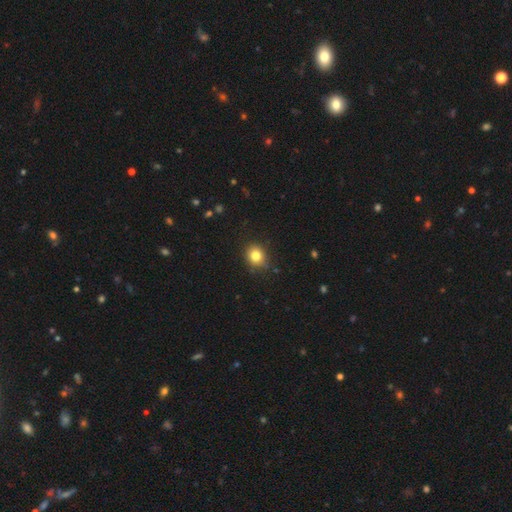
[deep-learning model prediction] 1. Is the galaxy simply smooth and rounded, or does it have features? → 82% smooth, 11% star or artifact, 6% featured or disk.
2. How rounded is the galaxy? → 70% round, 29% in between, 1% cigar-shaped.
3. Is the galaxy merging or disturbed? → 82% none, 13% minor disturbance, 3% major disturbance, 1% merger.